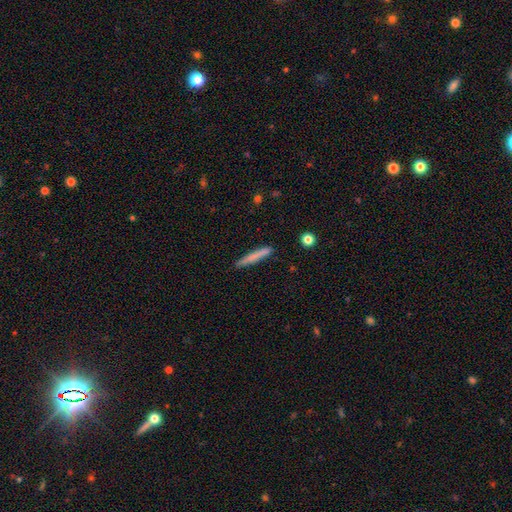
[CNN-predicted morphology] Smooth or featured? Predicted: smooth (p=0.72). How rounded? Predicted: cigar-shaped (p=0.96). Merging? Predicted: none (p=0.87).